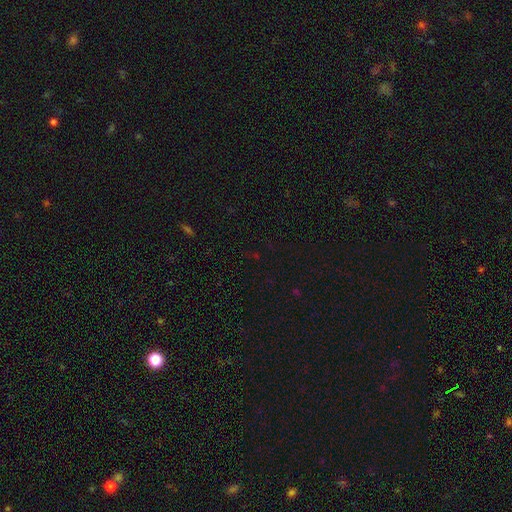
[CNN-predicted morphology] Smooth or featured: star or artifact — 69% (smooth — 23%)